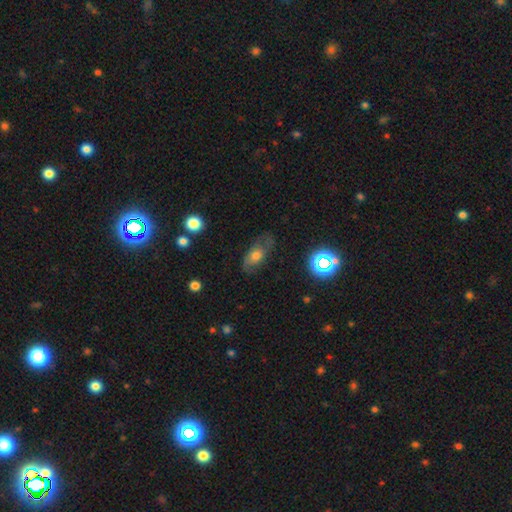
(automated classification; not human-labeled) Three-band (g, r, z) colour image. It shows a smooth galaxy with no disk features (54%) that is in between round and cigar-shaped (83%). Merging: none (58%).